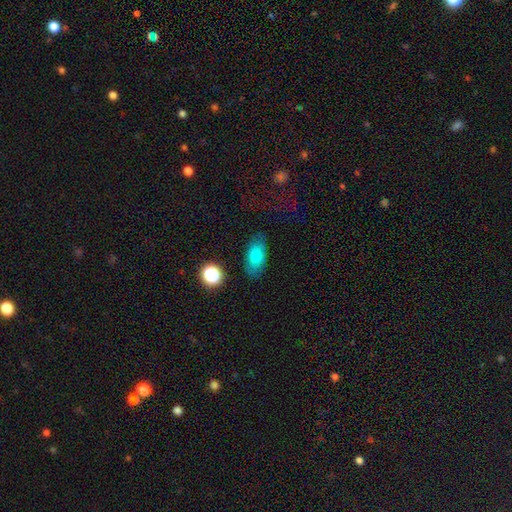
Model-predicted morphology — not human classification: type=smooth (80%); roundness=in between (89%); merging=none (80%).